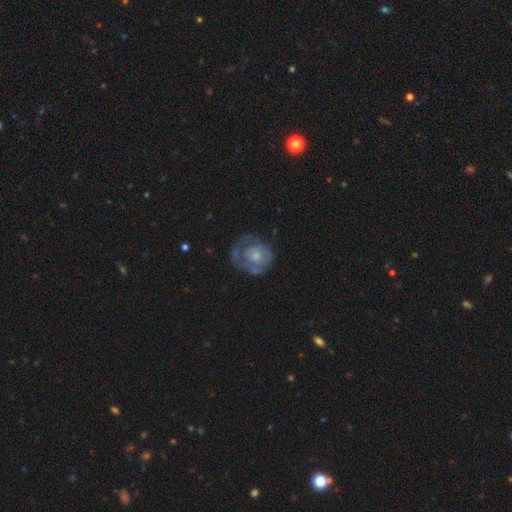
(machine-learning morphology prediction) The model was most divided on "bulge size": small: 45%, moderate: 43%, none: 6%, large: 5%, dominant: 1%. Remaining: edge-on disk — no (97%); bar — no (86%); spiral arms — no (58%); smooth or featured — featured or disk (55%); merging — none (44%).